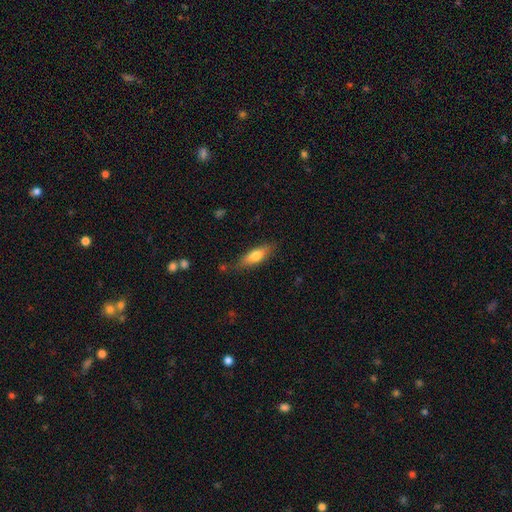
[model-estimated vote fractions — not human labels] smooth_or_featured: smooth (p=0.67) [alt: featured or disk p=0.26]
how_rounded: cigar-shaped (p=0.49) [alt: in between p=0.48]
merging: none (p=0.78) [alt: minor disturbance p=0.16]